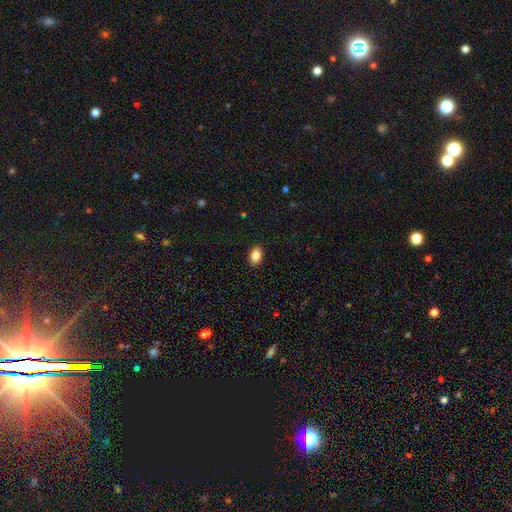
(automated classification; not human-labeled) Overall: smooth (86%). How rounded: in between (87%). Merging: none (88%).